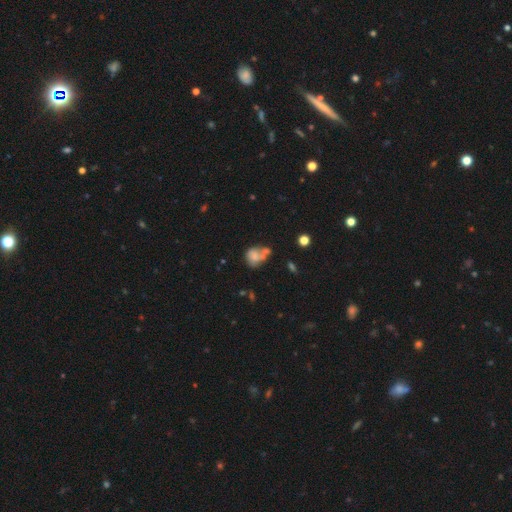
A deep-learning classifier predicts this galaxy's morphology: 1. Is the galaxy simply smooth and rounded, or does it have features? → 62% smooth, 27% featured or disk, 12% star or artifact.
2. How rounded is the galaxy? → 54% in between, 44% round, 2% cigar-shaped.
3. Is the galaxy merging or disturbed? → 41% merger, 25% none, 18% minor disturbance, 16% major disturbance.